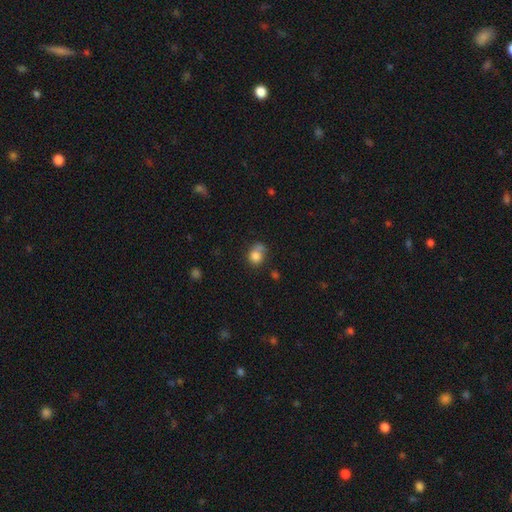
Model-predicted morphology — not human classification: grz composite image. It shows a smooth galaxy with no disk features (81%) that is round (70%). Merging: none (47%).